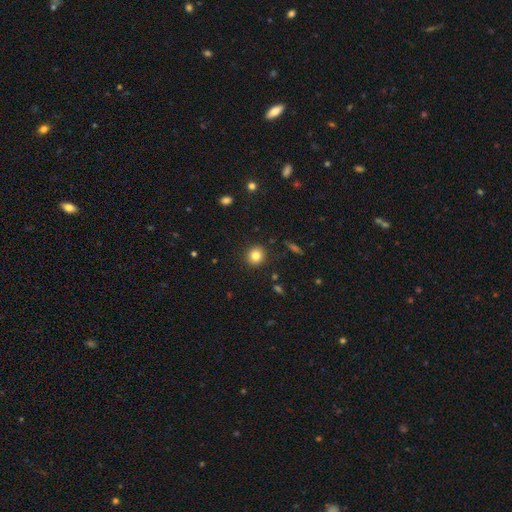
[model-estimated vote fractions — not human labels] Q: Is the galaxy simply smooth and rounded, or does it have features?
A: smooth — 81%.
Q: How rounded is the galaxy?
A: round — 86%.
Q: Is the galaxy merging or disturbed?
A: none — 90%.